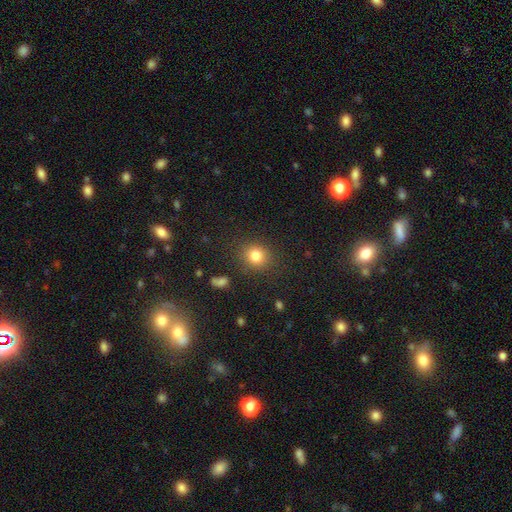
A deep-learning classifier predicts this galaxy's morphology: smooth 81%, star or artifact 12%, featured or disk 7%. Down the decision tree: how rounded — round (76%); merging — none (85%).